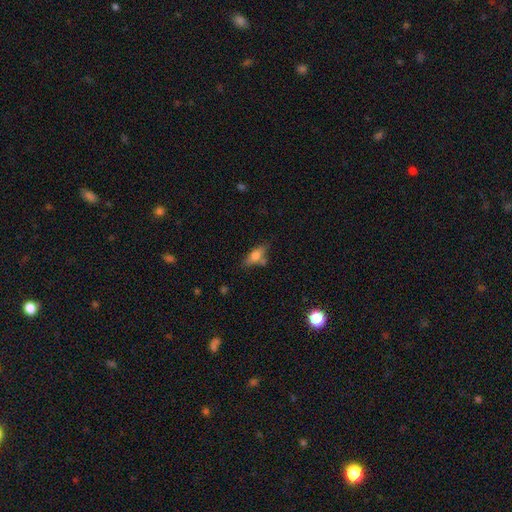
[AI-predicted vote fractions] Smooth or featured?
  - smooth: 61% *
  - featured or disk: 30%
  - star or artifact: 9%
How rounded?
  - in between: 59% *
  - cigar-shaped: 37%
  - round: 4%
Merging?
  - none: 61% *
  - minor disturbance: 19%
  - merger: 13%
  - major disturbance: 6%